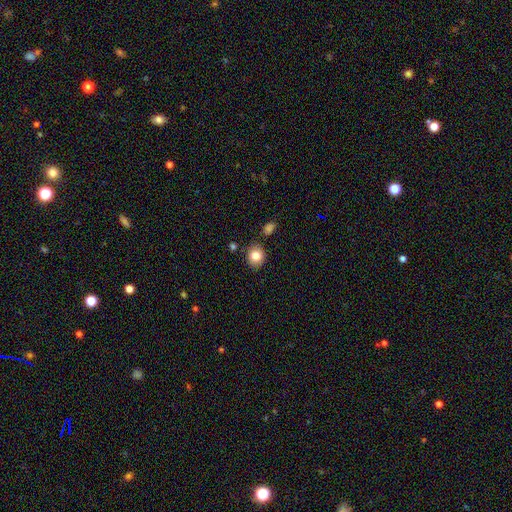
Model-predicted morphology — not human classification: smooth 83%, star or artifact 10%, featured or disk 8%. Down the decision tree: how rounded — round (68%); merging — none (82%).